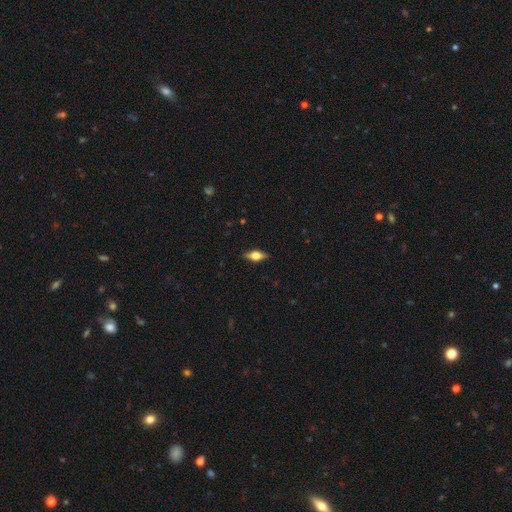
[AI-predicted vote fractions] A featured or disk galaxy (48%).

Vote fractions:
- Smooth or featured? featured or disk: 48% / smooth: 44% / star or artifact: 8%
- Merging? none: 87% / minor disturbance: 10% / major disturbance: 2% / merger: 1%